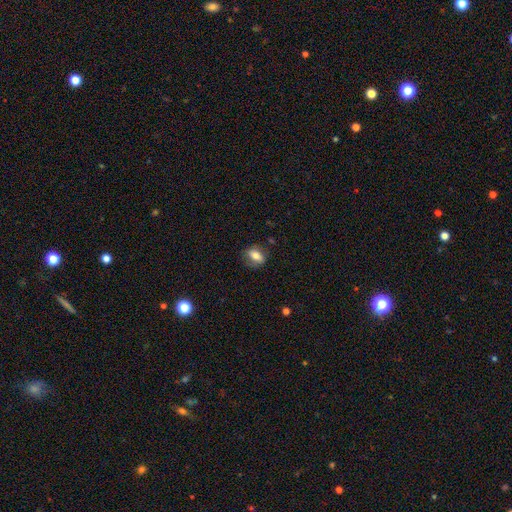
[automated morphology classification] A smooth galaxy with no disk features (68%) that is in between round and cigar-shaped (75%). Merging: none (72%).